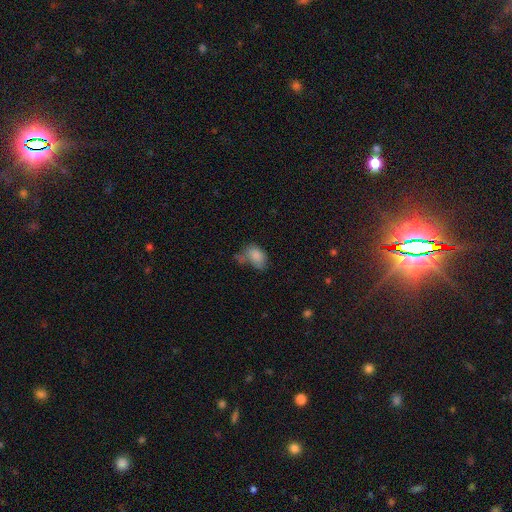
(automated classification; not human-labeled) smooth-or-featured: smooth: 82% | featured or disk: 9% | star or artifact: 9%
  how-rounded: in between: 83% | round: 16% | cigar-shaped: 1%
  merging: none: 38% | minor disturbance: 28% | merger: 19% | major disturbance: 15%